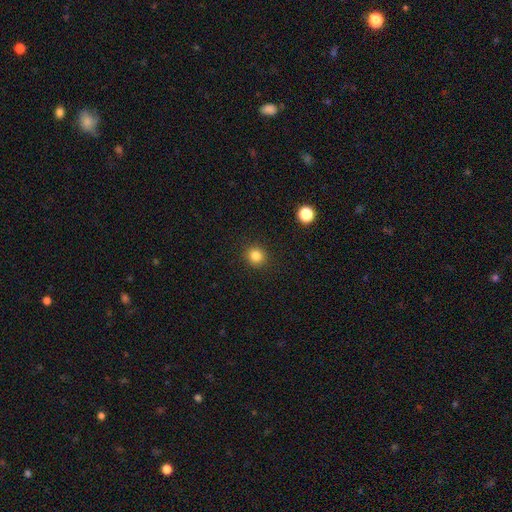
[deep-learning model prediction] smooth 83%, star or artifact 12%, featured or disk 5%. Down the decision tree: how rounded — round (90%); merging — none (91%).